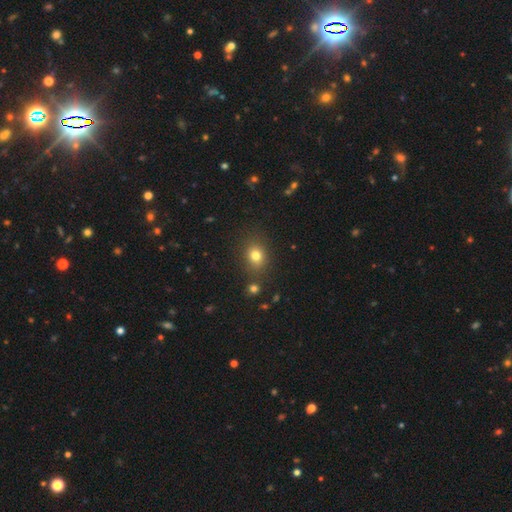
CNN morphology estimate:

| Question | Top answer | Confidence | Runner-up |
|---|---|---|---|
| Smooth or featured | smooth | 77% | star or artifact (14%) |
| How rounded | round | 58% | in between (41%) |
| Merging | none | 81% | minor disturbance (11%) |